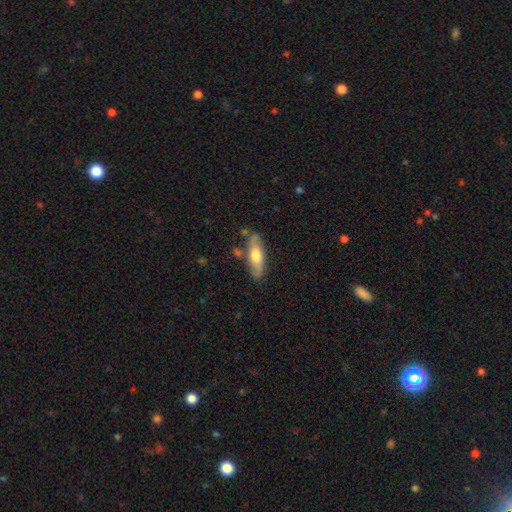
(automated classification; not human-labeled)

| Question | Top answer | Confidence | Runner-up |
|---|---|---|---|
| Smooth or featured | smooth | 52% | featured or disk (43%) |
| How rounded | in between | 50% | cigar-shaped (47%) |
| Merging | none | 74% | minor disturbance (17%) |